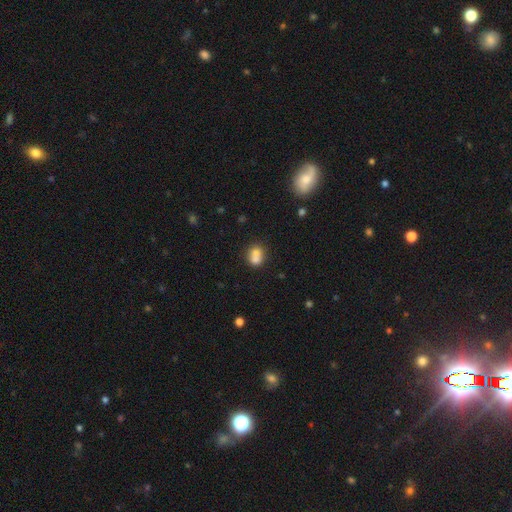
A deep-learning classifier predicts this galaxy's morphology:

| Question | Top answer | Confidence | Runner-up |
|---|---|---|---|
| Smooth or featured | smooth | 71% | featured or disk (18%) |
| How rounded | round | 65% | in between (34%) |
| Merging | merger | 60% | none (29%) |